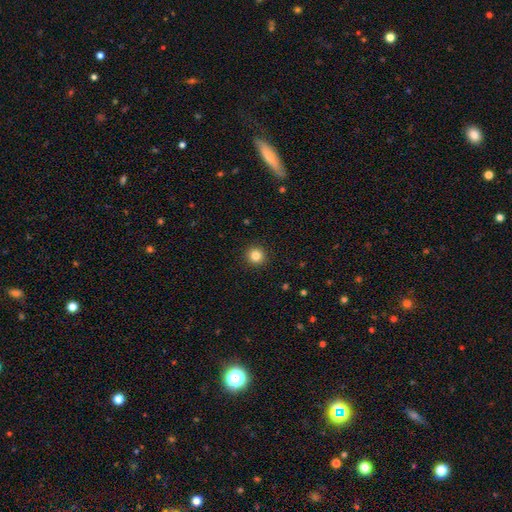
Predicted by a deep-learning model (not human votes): The model was most divided on "smooth or featured": smooth: 84%, star or artifact: 11%, featured or disk: 5%. More confident: how rounded — round (94%); merging — none (93%).